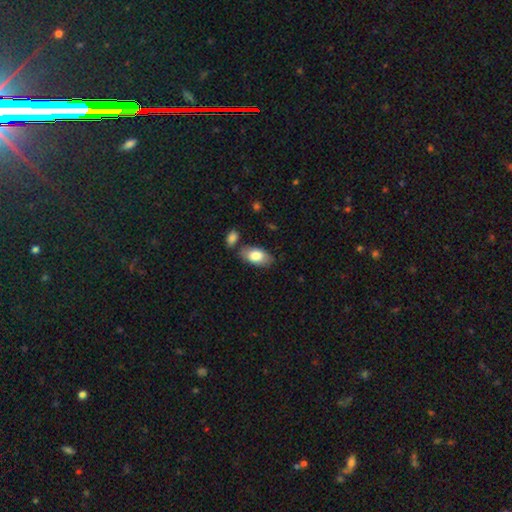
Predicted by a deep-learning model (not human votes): Overall: smooth (81%). How rounded: in between (94%). Merging: none (75%).